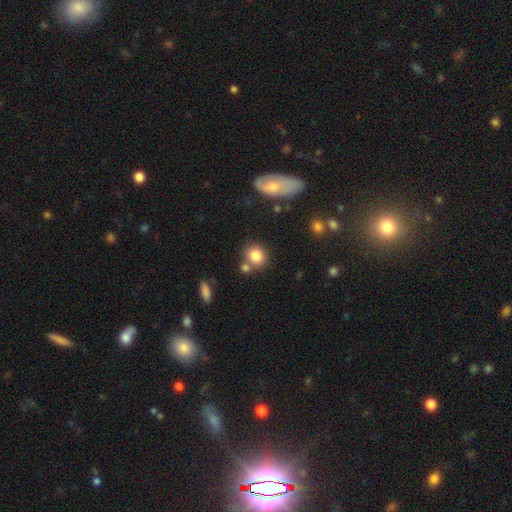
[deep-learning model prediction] Smooth or featured? Predicted: smooth (p=0.82). How rounded? Predicted: round (p=0.75). Merging? Predicted: none (p=0.62).